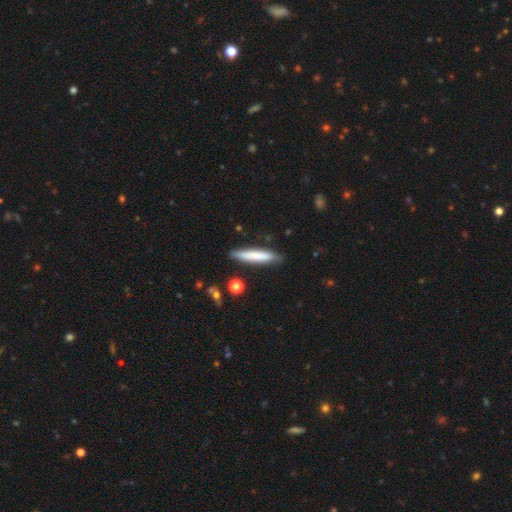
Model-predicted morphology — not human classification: Smooth or featured?
  - smooth: 73% *
  - featured or disk: 21%
  - star or artifact: 6%
How rounded?
  - cigar-shaped: 91% *
  - in between: 8%
  - round: 1%
Merging?
  - none: 86% *
  - minor disturbance: 11%
  - major disturbance: 2%
  - merger: 2%